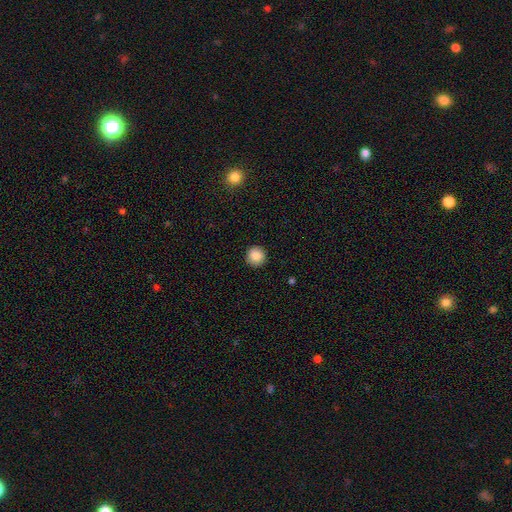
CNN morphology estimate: Overall: smooth (88%). How rounded: round (95%). Merging: none (92%).